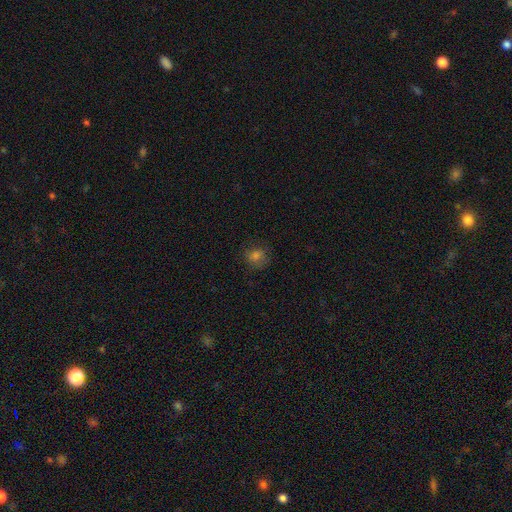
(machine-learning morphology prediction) The model was most divided on "how rounded": round: 74%, in between: 25%, cigar-shaped: 1%. More confident: merging — none (76%); smooth or featured — smooth (74%).